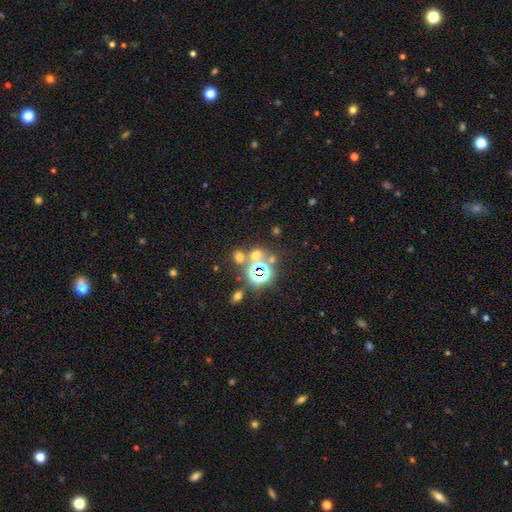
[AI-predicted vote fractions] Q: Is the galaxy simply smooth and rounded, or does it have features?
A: star or artifact — 48%.